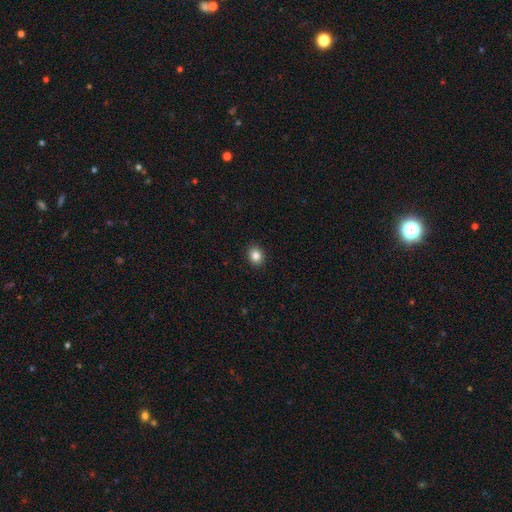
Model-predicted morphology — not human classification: type=smooth (84%); roundness=round (61%); merging=none (91%).